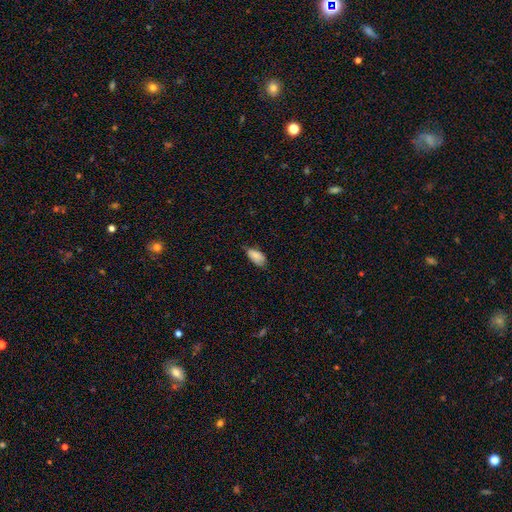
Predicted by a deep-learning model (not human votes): Morphology: type=smooth (83%); roundness=in between (92%); merging=none (56%).